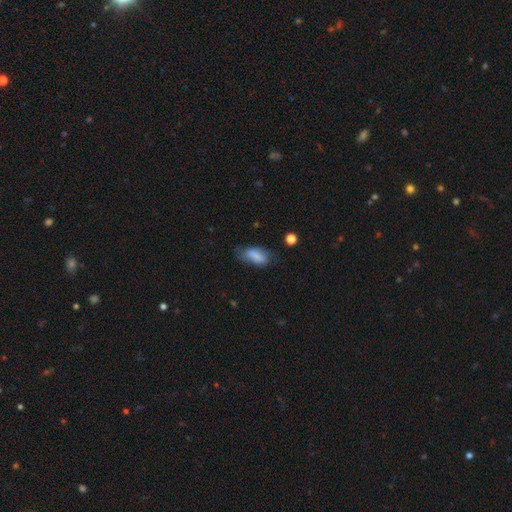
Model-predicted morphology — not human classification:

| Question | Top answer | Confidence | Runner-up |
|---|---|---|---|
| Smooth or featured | smooth | 78% | featured or disk (13%) |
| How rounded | in between | 84% | cigar-shaped (13%) |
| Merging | none | 52% | minor disturbance (33%) |